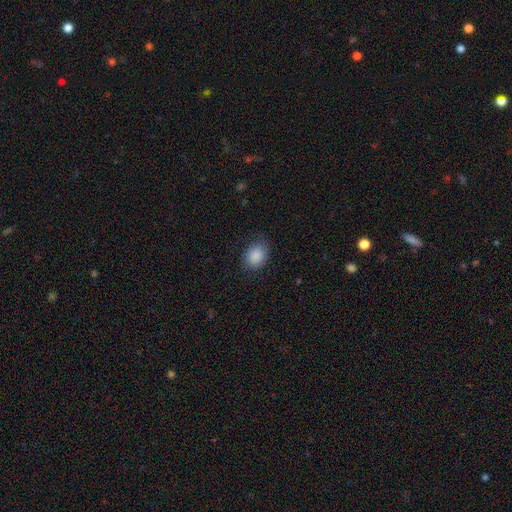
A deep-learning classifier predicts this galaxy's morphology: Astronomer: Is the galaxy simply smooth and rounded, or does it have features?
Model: smooth — 88%.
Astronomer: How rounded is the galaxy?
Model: in between — 66%.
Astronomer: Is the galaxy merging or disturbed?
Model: none — 77%.